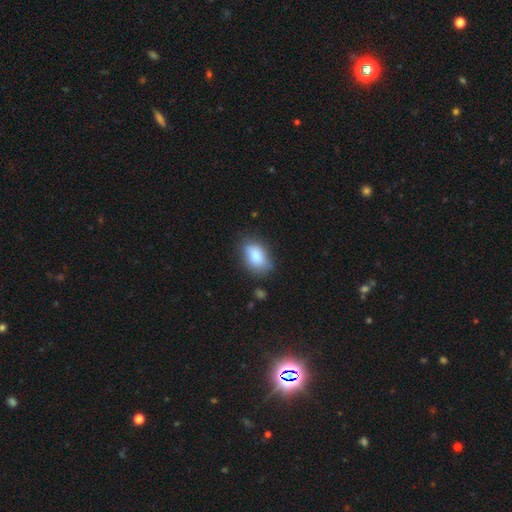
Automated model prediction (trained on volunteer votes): Smooth or featured? Predicted: smooth (p=0.82). How rounded? Predicted: in between (p=0.85). Merging? Predicted: none (p=0.71).